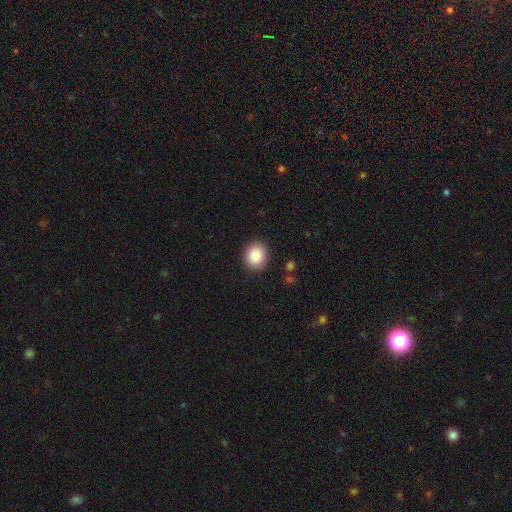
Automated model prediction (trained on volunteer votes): smooth-or-featured: smooth: 88% | star or artifact: 8% | featured or disk: 4%
  how-rounded: round: 67% | in between: 33% | cigar-shaped: 1%
  merging: none: 89% | minor disturbance: 8% | major disturbance: 2% | merger: 1%